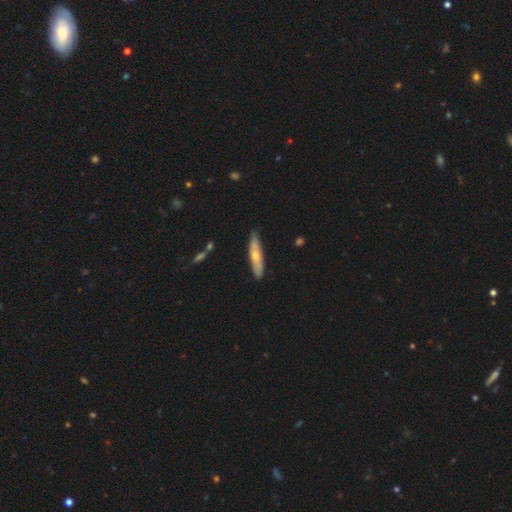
Smooth or featured: smooth — 62% (featured or disk — 35%)
How rounded: cigar-shaped — 87% (in between — 9%)
Merging: none — 89% (minor disturbance — 11%)